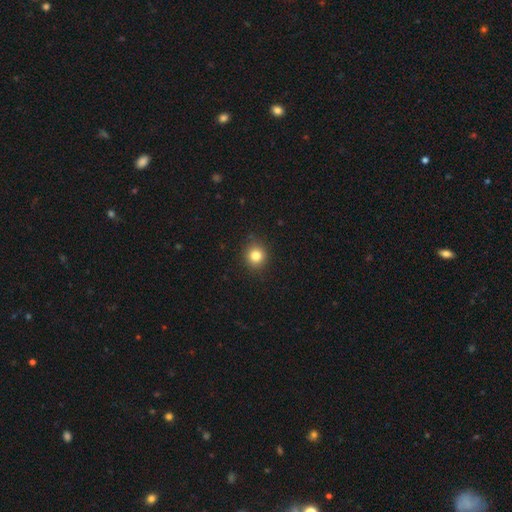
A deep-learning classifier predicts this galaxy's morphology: A smooth galaxy with no disk features (82%) that is round (87%). Merging: none (89%).